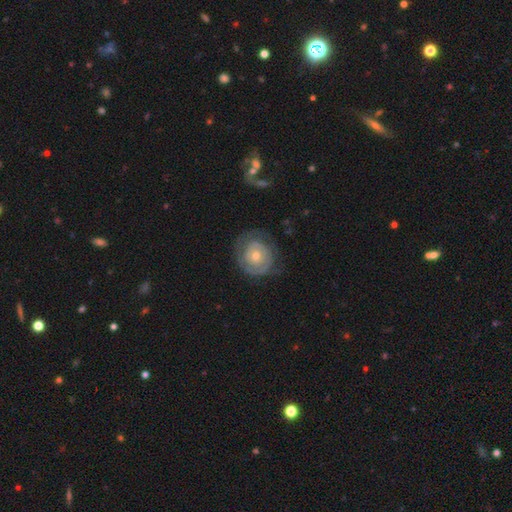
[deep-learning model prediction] featured or disk 65%, smooth 29%, star or artifact 6%. Down the decision tree: edge-on disk — no (97%); bar — no (84%); spiral arms — yes (63%); bulge size — moderate (51%); merging — none (65%).